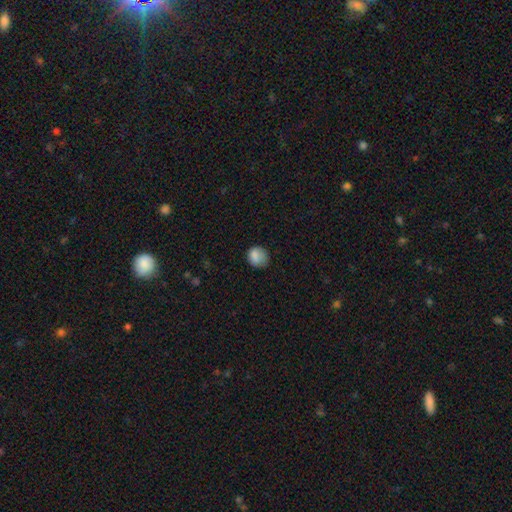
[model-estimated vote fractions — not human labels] The model was most divided on "merging": none: 66%, minor disturbance: 25%, major disturbance: 8%, merger: 1%. More confident: smooth or featured — smooth (84%); how rounded — round (70%).